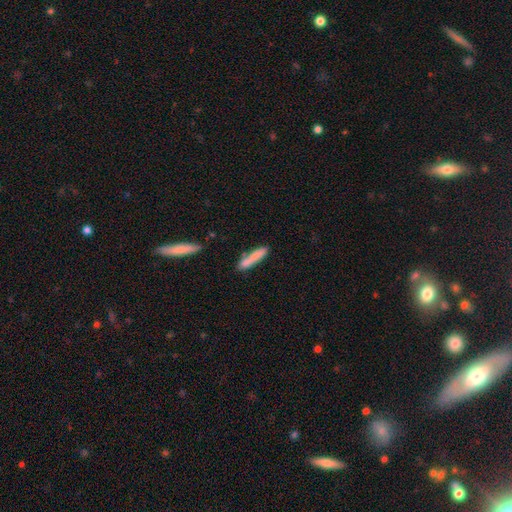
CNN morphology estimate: Smooth or featured?
  - smooth: 79% *
  - featured or disk: 14%
  - star or artifact: 7%
How rounded?
  - cigar-shaped: 86% *
  - in between: 13%
  - round: 2%
Merging?
  - none: 65% *
  - minor disturbance: 17%
  - merger: 13%
  - major disturbance: 4%